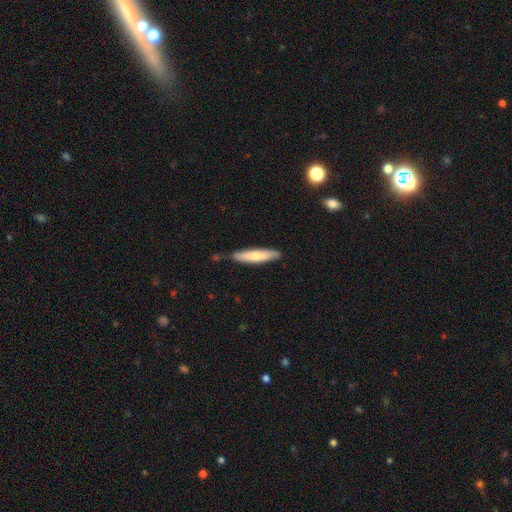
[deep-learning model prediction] A smooth galaxy with no disk features (71%) that is cigar-shaped (86%). Merging: none (78%).